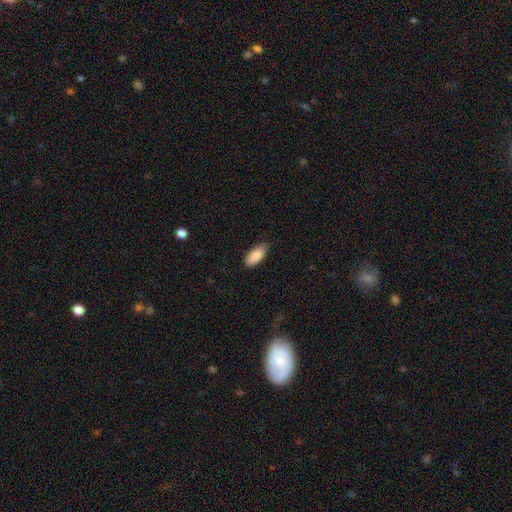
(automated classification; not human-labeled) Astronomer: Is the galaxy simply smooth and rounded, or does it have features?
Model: smooth — 88%.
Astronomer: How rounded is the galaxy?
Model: in between — 87%.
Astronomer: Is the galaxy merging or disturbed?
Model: none — 78%.